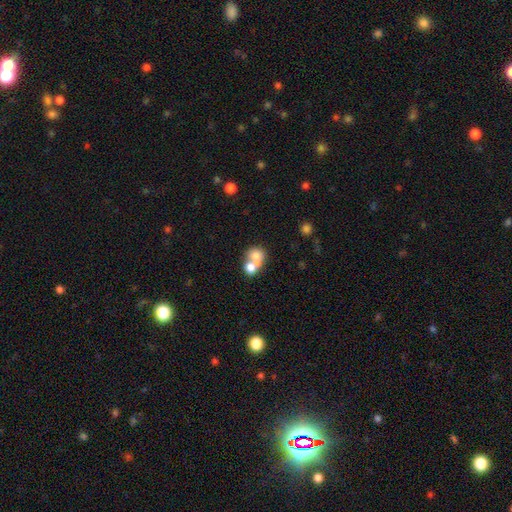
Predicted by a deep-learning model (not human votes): This appears to be a smooth galaxy with no disk features (64%) that is round (58%). Merging: merger (63%).